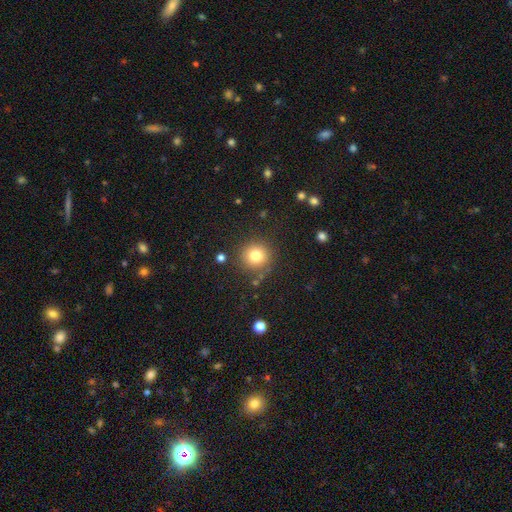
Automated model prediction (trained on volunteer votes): This is likely a smooth galaxy (79%). How rounded: clearly round (93%). Merging: clearly none (85%).